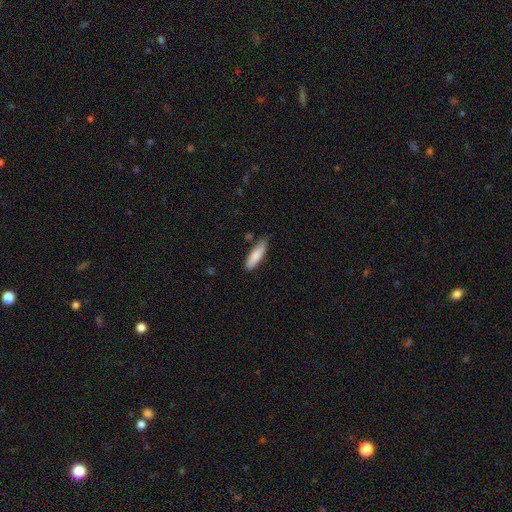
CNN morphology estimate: Smooth or featured: smooth — 83% (featured or disk — 11%)
How rounded: cigar-shaped — 59% (in between — 39%)
Merging: none — 74% (minor disturbance — 21%)